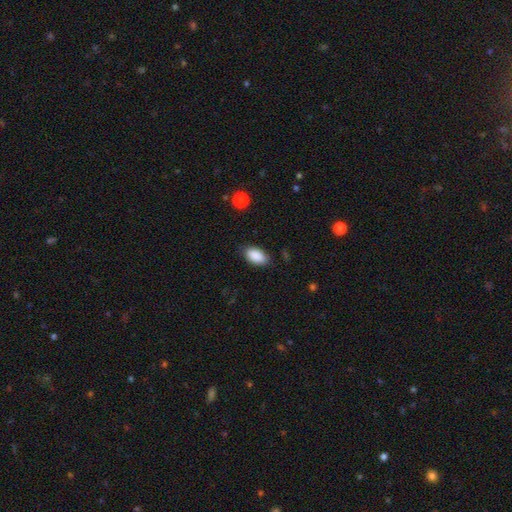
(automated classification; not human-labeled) Smooth or featured: smooth — 90% (star or artifact — 7%)
How rounded: in between — 94% (round — 4%)
Merging: none — 83% (minor disturbance — 13%)